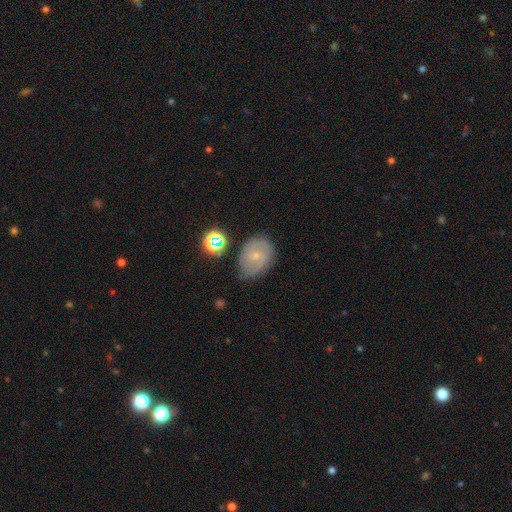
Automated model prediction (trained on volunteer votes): This is possibly a featured or disk galaxy (59%). It is clearly not viewed edge-on (97%). Bar: likely no (66%). Spiral arm pattern: clearly yes (85%). Central bulge: likely small (76%). Merging: likely none (64%).